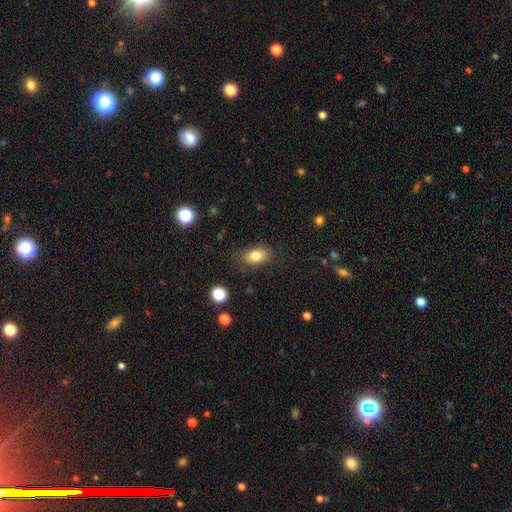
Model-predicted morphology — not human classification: This is clearly a smooth galaxy (81%). How rounded: clearly in between (83%). Merging: clearly none (82%).